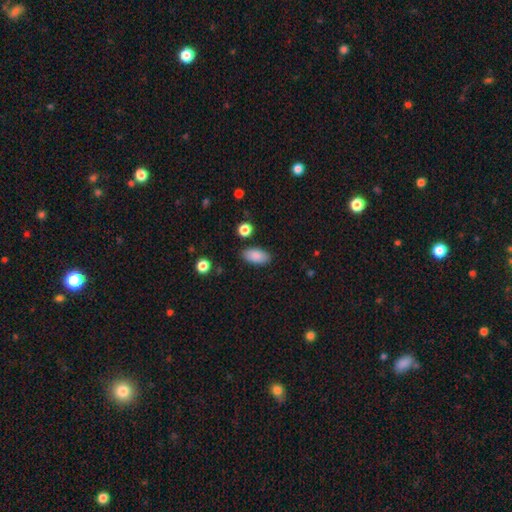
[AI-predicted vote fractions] The model was most divided on "merging": none: 86%, minor disturbance: 10%, major disturbance: 3%, merger: 2%. More confident: how rounded — in between (92%); smooth or featured — smooth (88%).